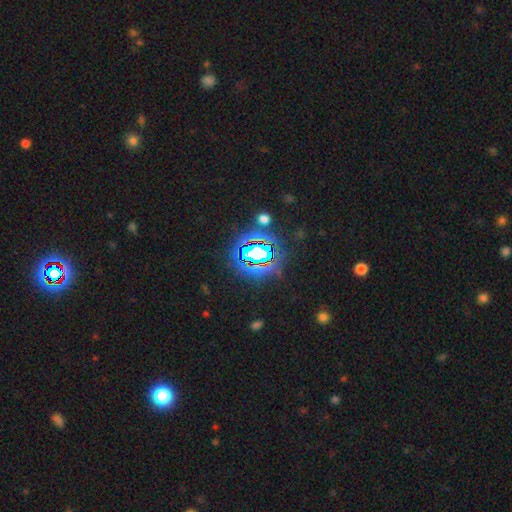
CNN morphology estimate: Smooth or featured? Predicted: star or artifact (p=0.79).